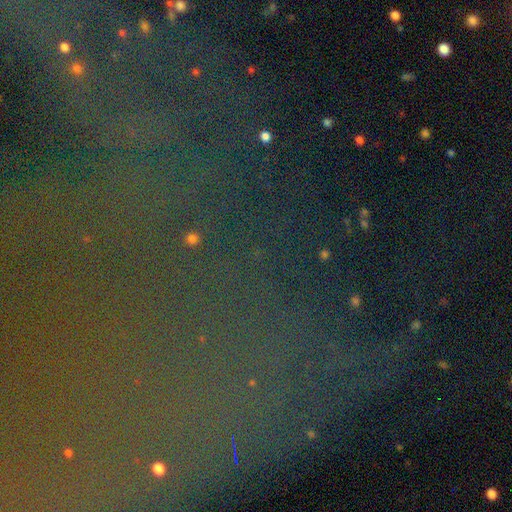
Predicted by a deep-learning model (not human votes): smooth-or-featured: star or artifact: 80% | featured or disk: 10% | smooth: 10%